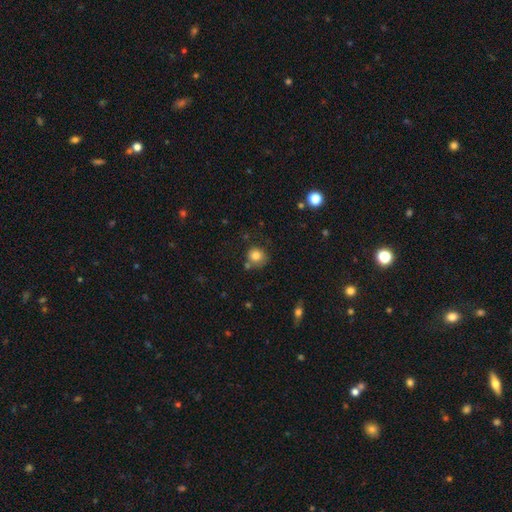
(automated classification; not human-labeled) Smooth or featured? smooth (82%)
How rounded? round (86%)
Merging? none (64%)